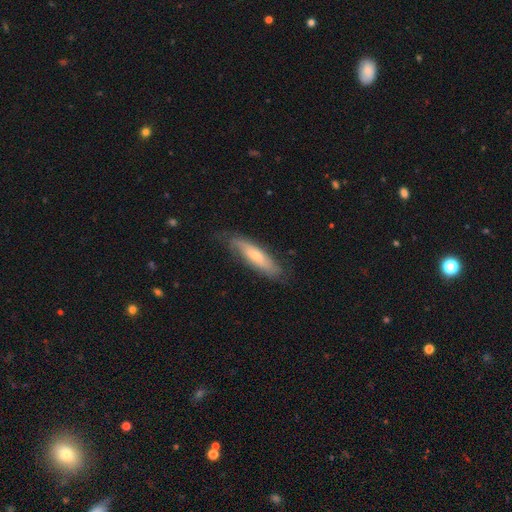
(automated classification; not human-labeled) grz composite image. It shows a featured or disk galaxy (47%). Merging: none (70%).